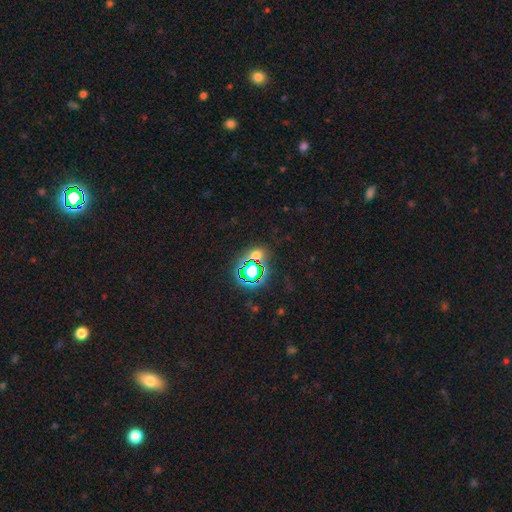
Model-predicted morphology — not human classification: Smooth or featured?
  - star or artifact: 57% *
  - smooth: 34%
  - featured or disk: 9%